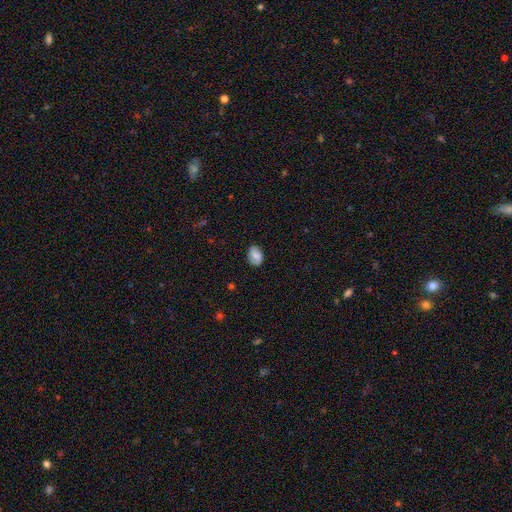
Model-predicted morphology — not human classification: type=smooth (66%); roundness=in between (79%); merging=none (81%).